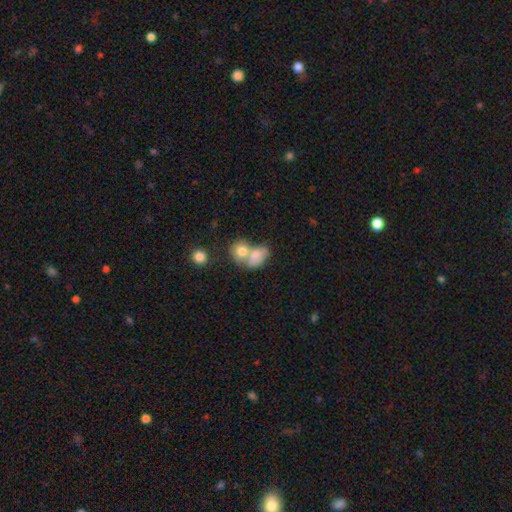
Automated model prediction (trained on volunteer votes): Smooth or featured? Predicted: smooth (p=0.71). How rounded? Predicted: in between (p=0.64). Merging? Predicted: merger (p=0.69).